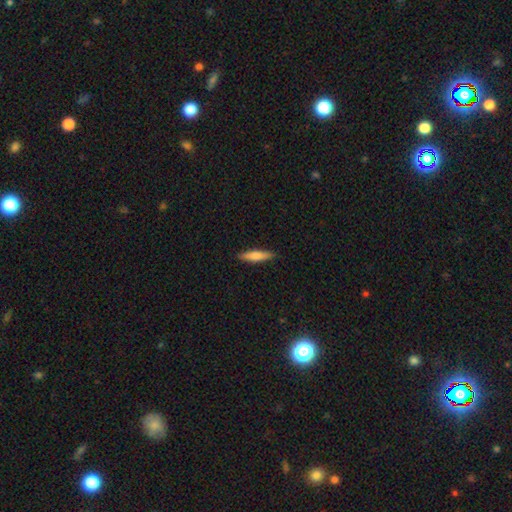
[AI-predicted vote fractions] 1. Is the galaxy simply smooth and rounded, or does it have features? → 75% smooth, 19% featured or disk, 6% star or artifact.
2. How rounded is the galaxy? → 80% cigar-shaped, 19% in between, 1% round.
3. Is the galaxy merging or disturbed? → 88% none, 9% minor disturbance, 2% major disturbance, 1% merger.